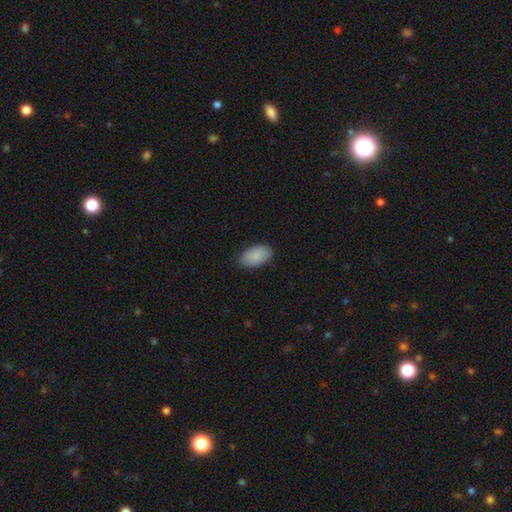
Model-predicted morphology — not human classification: This appears to be a smooth galaxy with no disk features (90%) that is in between round and cigar-shaped (95%). Merging: none (86%).